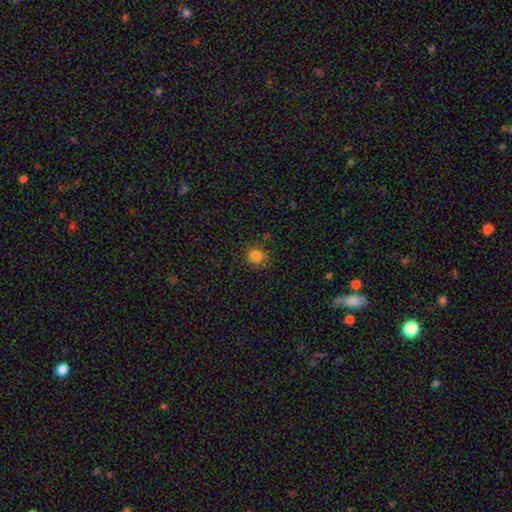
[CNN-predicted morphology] Smooth or featured? smooth (81%)
How rounded? round (83%)
Merging? none (80%)